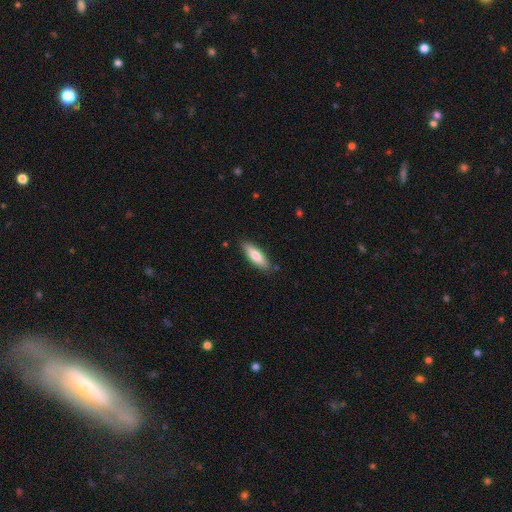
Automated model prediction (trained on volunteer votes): smooth_or_featured: smooth (p=0.78) [alt: featured or disk p=0.17]
how_rounded: in between (p=0.51) [alt: cigar-shaped p=0.48]
merging: none (p=0.84) [alt: minor disturbance p=0.12]